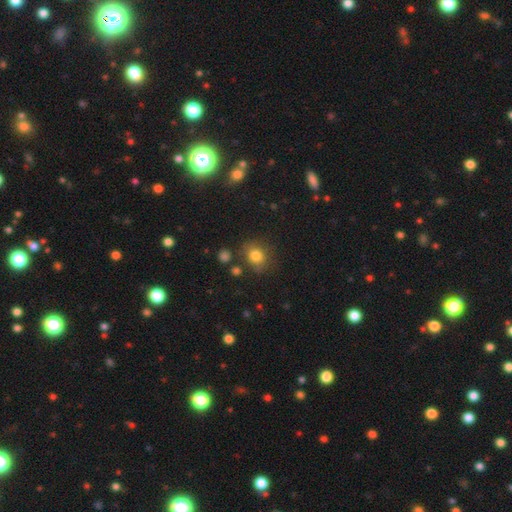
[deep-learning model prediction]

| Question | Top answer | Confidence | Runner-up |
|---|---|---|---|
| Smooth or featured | smooth | 79% | star or artifact (12%) |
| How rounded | round | 71% | in between (28%) |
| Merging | none | 74% | minor disturbance (16%) |